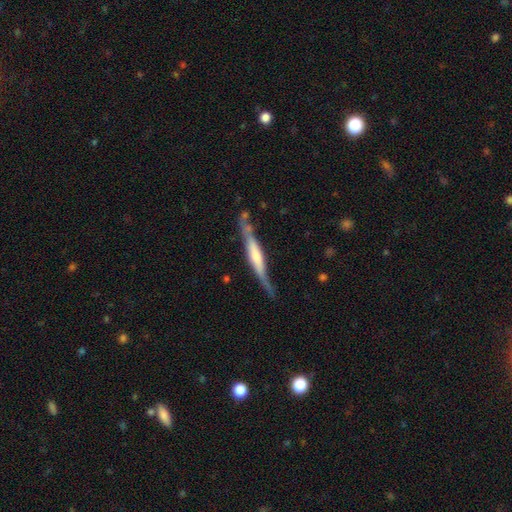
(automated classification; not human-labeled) Morphology: type=featured or disk (73%); edge-on=yes (94%); edge-on bulge=rounded (43%); merging=none (73%).